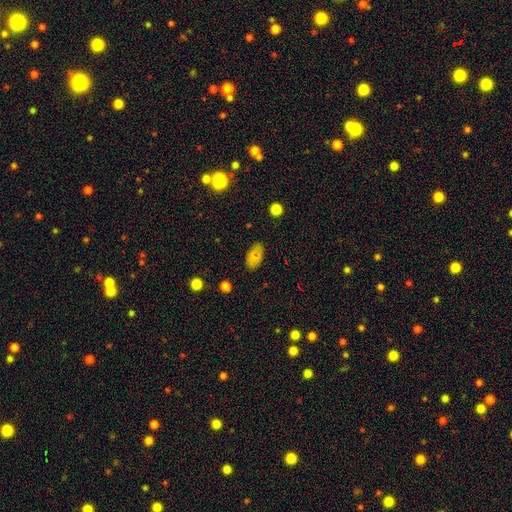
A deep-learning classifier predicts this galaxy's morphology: The model was most divided on "smooth or featured": smooth: 74%, featured or disk: 15%, star or artifact: 10%. More confident: how rounded — in between (91%); merging — none (82%).